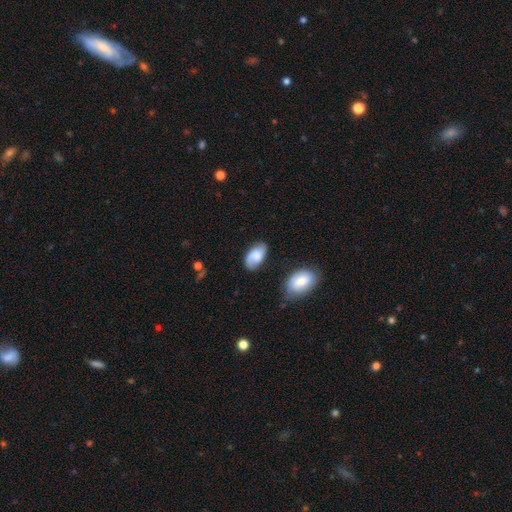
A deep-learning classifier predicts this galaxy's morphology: Smooth or featured?
  - smooth: 52% *
  - featured or disk: 40%
  - star or artifact: 8%
How rounded?
  - in between: 92% *
  - round: 6%
  - cigar-shaped: 2%
Merging?
  - none: 70% *
  - minor disturbance: 21%
  - major disturbance: 5%
  - merger: 4%